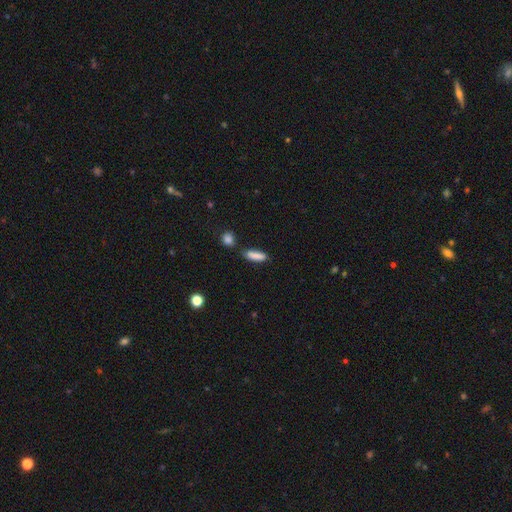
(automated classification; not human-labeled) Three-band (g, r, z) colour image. It shows a smooth galaxy with no disk features (86%) that is cigar-shaped (59%). Merging: none (72%).